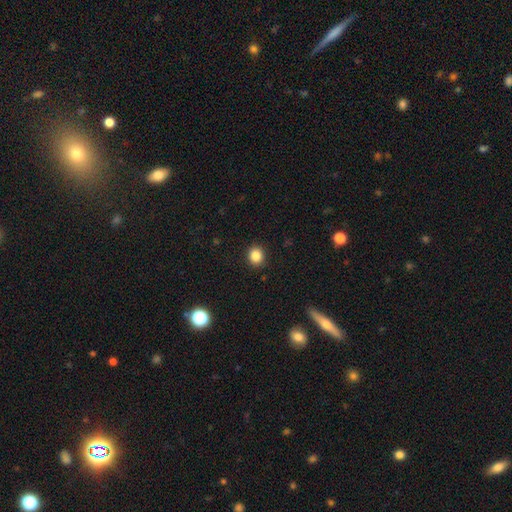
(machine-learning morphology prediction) Q: Smooth or featured?
A: smooth (85%); runner-up: star or artifact (11%)
Q: How rounded?
A: round (79%); runner-up: in between (20%)
Q: Merging?
A: none (91%); runner-up: minor disturbance (6%)